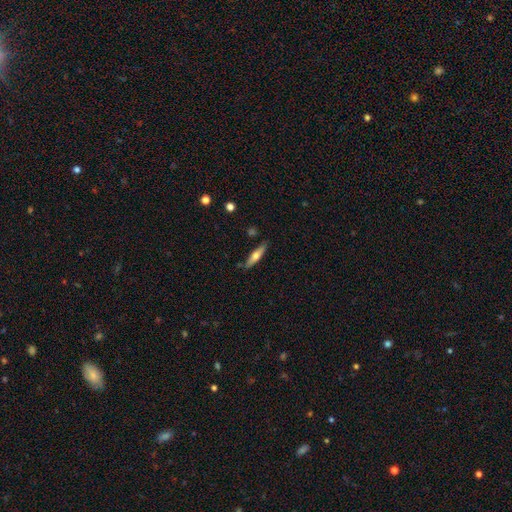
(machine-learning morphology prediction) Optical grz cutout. It shows a smooth galaxy with no disk features (54%) that is cigar-shaped (77%). Merging: none (83%).